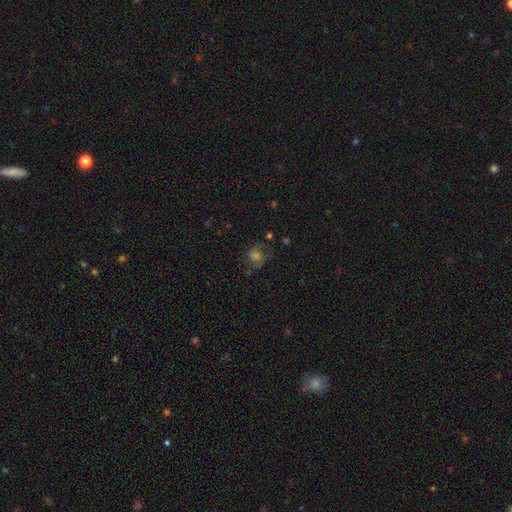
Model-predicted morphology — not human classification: type=smooth (38%, tied with featured or disk); merging=none (63%).